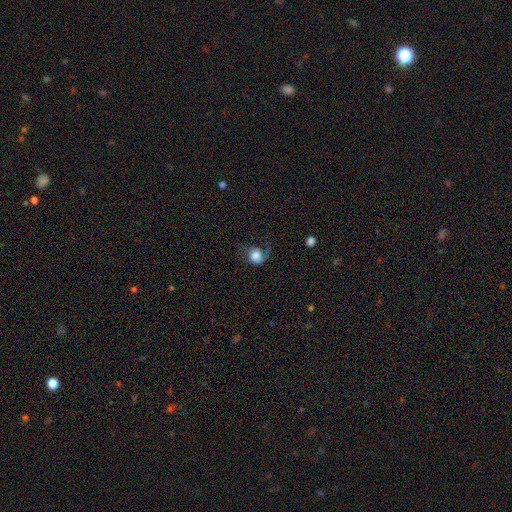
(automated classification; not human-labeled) A smooth galaxy with no disk features (57%) that is round (69%). Merging: major disturbance (38%).